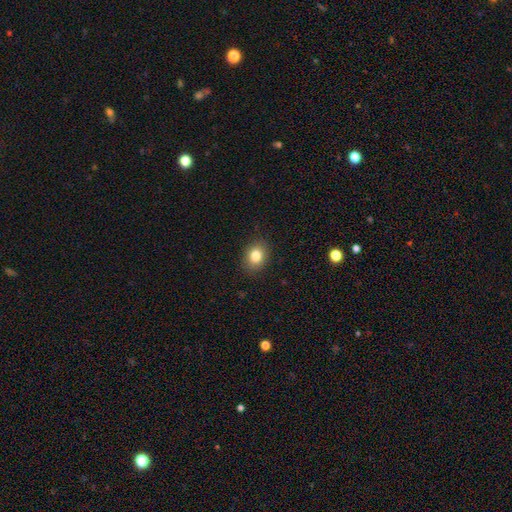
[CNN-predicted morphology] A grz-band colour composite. It shows a smooth galaxy with no disk features (83%) that is in between round and cigar-shaped (55%). Merging: none (88%).